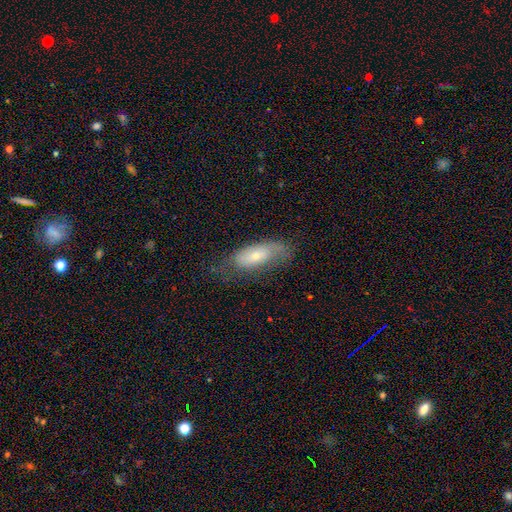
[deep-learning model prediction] Smooth or featured?
  - smooth: 53% *
  - featured or disk: 38%
  - star or artifact: 8%
How rounded?
  - in between: 78% *
  - cigar-shaped: 19%
  - round: 3%
Merging?
  - none: 50% *
  - minor disturbance: 30%
  - major disturbance: 18%
  - merger: 2%